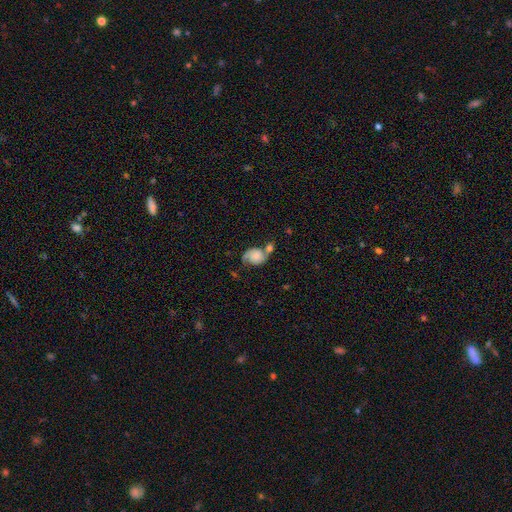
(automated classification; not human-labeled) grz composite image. It shows a featured or disk galaxy (54%) with no bar (76%), spiral arms (88%) and a small central bulge (36%). Merging: merger (35%).